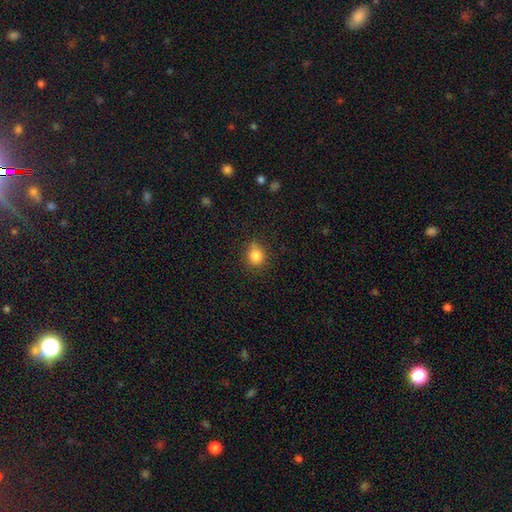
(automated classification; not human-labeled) A smooth galaxy with no disk features (83%) that is round (81%).

Vote fractions:
- Smooth or featured? smooth: 83% / star or artifact: 11% / featured or disk: 5%
- How rounded? round: 81% / in between: 18% / cigar-shaped: 1%
- Merging? none: 79% / minor disturbance: 15% / major disturbance: 4% / merger: 2%